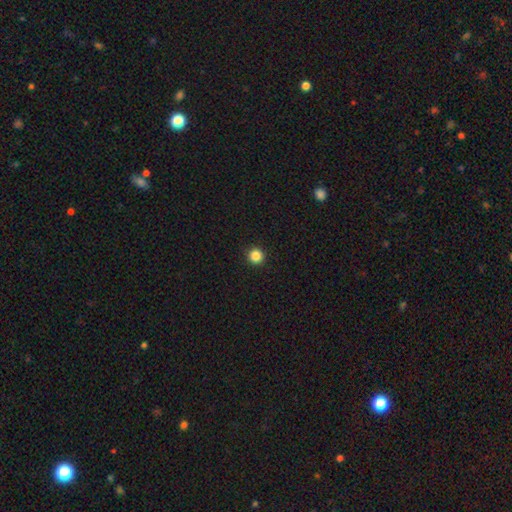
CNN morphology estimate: This is clearly a smooth galaxy (86%). How rounded: clearly round (96%). Merging: clearly none (94%).